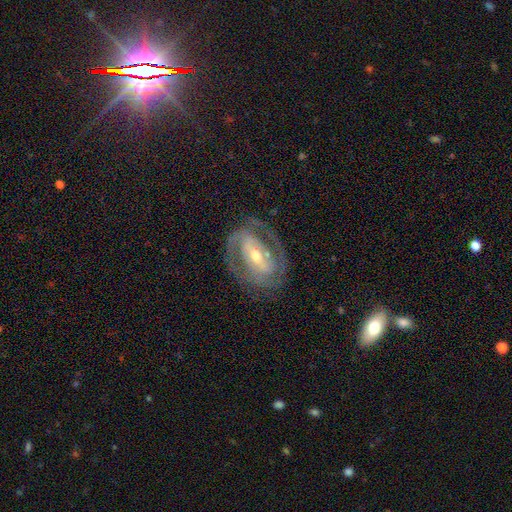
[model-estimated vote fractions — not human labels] The model was most divided on "bulge size": moderate: 50%, small: 45%, large: 3%, none: 1%, dominant: 1%. More confident: edge-on disk — no (96%); spiral arms — yes (92%); smooth or featured — featured or disk (86%); spiral arm count — 2 (78%); merging — none (75%); spiral winding — tight (55%); bar — strong (52%).